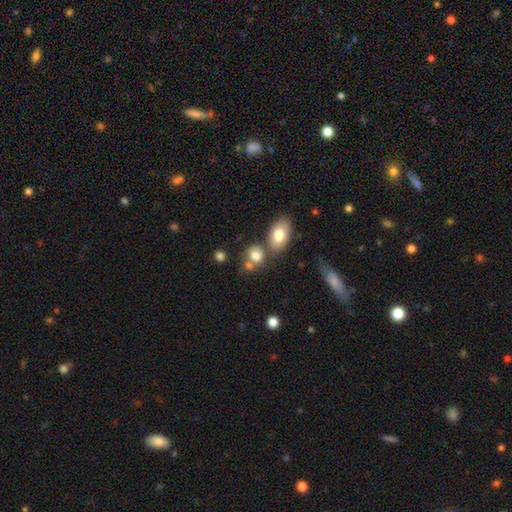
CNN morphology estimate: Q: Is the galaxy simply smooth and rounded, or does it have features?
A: smooth — 80%.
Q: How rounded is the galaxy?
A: round — 57%.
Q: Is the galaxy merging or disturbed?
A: none — 49%.